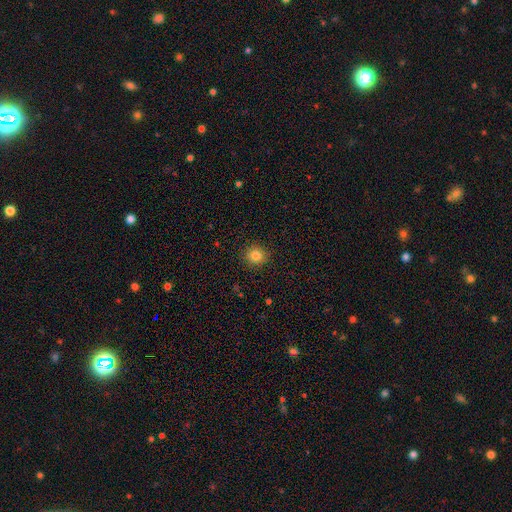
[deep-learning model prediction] smooth_or_featured: smooth (p=0.82) [alt: star or artifact p=0.11]
how_rounded: round (p=0.90) [alt: in between p=0.09]
merging: none (p=0.91) [alt: minor disturbance p=0.06]